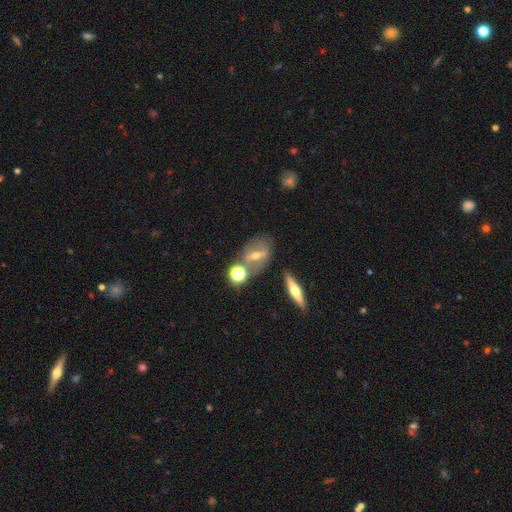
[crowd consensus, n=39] Q: Smooth or featured?
A: featured or disk (69%); runner-up: smooth (21%)
Q: Edge-on disk?
A: no (56%); runner-up: yes (44%)
Q: Bar?
A: strong (73%); runner-up: weak (27%)
Q: Spiral arms?
A: no (87%); runner-up: yes (13%)
Q: Bulge size?
A: moderate (60%); runner-up: small (33%)
Q: Merging?
A: none (54%); runner-up: merger (26%)